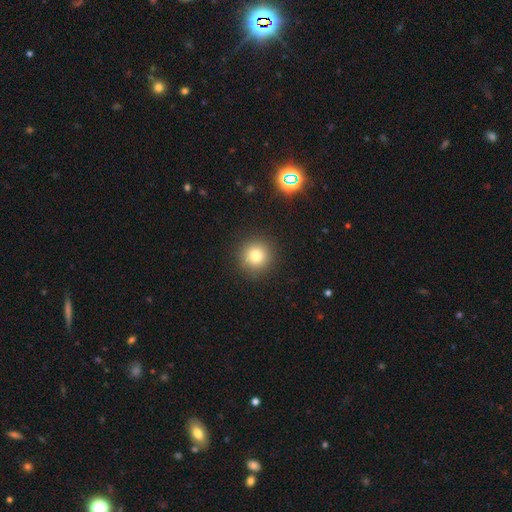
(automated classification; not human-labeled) Smooth or featured: smooth — 79% (star or artifact — 13%)
How rounded: round — 94% (in between — 5%)
Merging: none — 91% (minor disturbance — 5%)